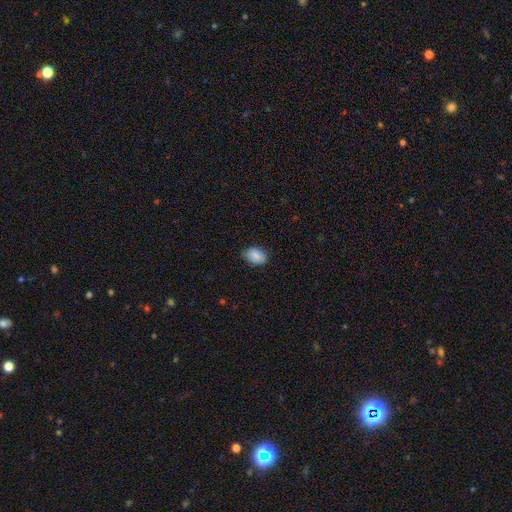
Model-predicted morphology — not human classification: smooth-or-featured: smooth: 84% | featured or disk: 8% | star or artifact: 8%
  how-rounded: in between: 75% | round: 24% | cigar-shaped: 1%
  merging: none: 80% | minor disturbance: 16% | major disturbance: 3% | merger: 1%